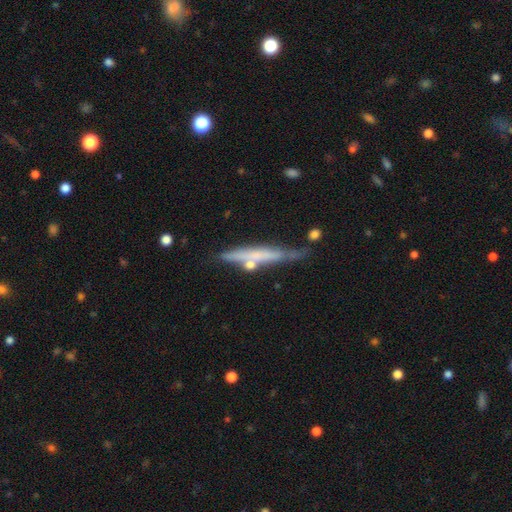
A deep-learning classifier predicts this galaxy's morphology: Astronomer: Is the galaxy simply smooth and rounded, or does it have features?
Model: featured or disk — 55% (runner-up: smooth, 38%).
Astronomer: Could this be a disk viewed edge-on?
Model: yes — 89%.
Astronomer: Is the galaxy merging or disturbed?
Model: none — 57%.